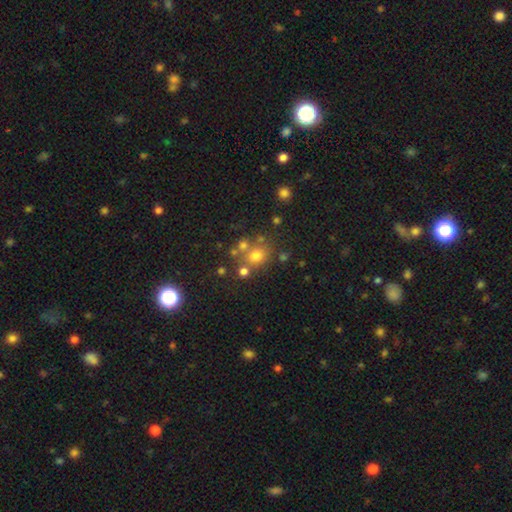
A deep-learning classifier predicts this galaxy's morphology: Smooth or featured?
  - smooth: 68% *
  - star or artifact: 19%
  - featured or disk: 13%
How rounded?
  - round: 74% *
  - in between: 25%
  - cigar-shaped: 1%
Merging?
  - none: 62% *
  - merger: 20%
  - minor disturbance: 12%
  - major disturbance: 6%